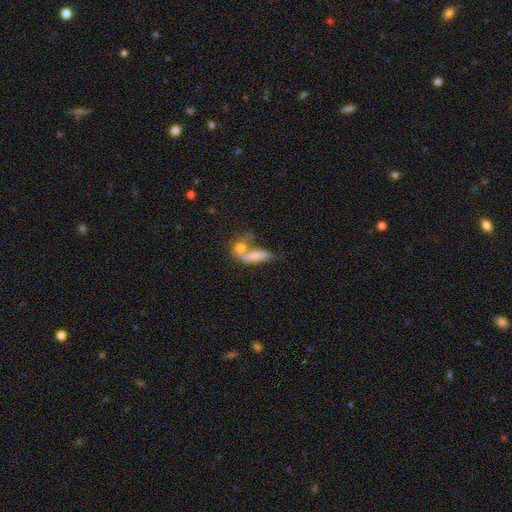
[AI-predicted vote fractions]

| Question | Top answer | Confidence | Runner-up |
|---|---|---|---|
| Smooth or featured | smooth | 71% | featured or disk (22%) |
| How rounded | in between | 65% | cigar-shaped (28%) |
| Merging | merger | 57% | none (23%) |